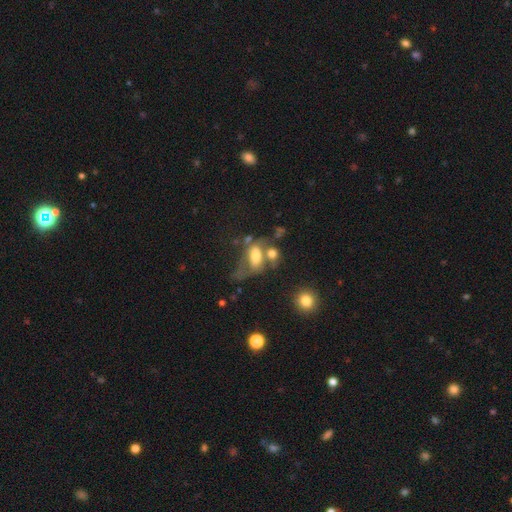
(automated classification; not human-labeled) smooth_or_featured: smooth (p=0.55) [alt: featured or disk p=0.33]
how_rounded: in between (p=0.85) [alt: round p=0.08]
merging: merger (p=0.35) [alt: major disturbance p=0.30]